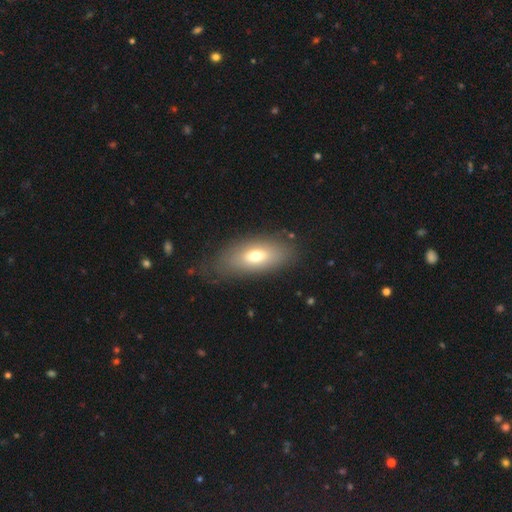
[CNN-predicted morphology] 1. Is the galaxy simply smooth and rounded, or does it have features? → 66% smooth, 26% featured or disk, 8% star or artifact.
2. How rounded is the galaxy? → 83% in between, 12% cigar-shaped, 4% round.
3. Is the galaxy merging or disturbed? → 75% none, 16% minor disturbance, 7% major disturbance, 2% merger.